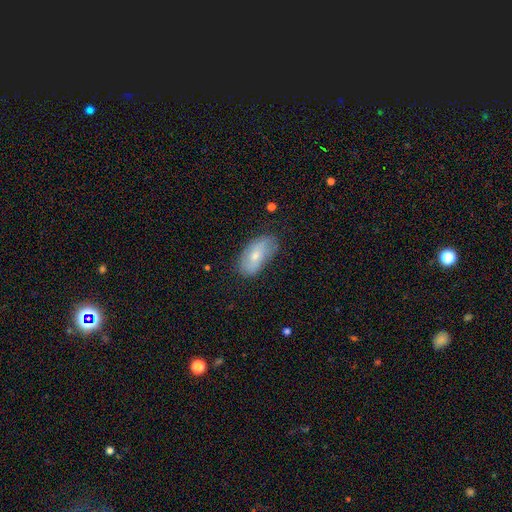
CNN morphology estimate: smooth-or-featured: smooth: 61% | featured or disk: 32% | star or artifact: 7%
  how-rounded: in between: 92% | cigar-shaped: 4% | round: 4%
  merging: none: 71% | minor disturbance: 23% | major disturbance: 5% | merger: 1%